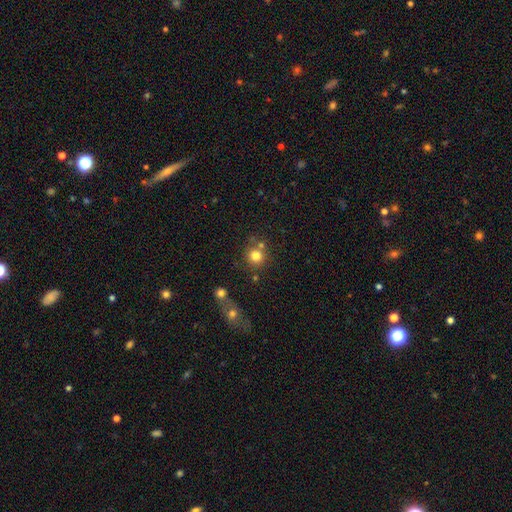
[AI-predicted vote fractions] A smooth galaxy with no disk features (79%) that is round (91%). Merging: none (70%).